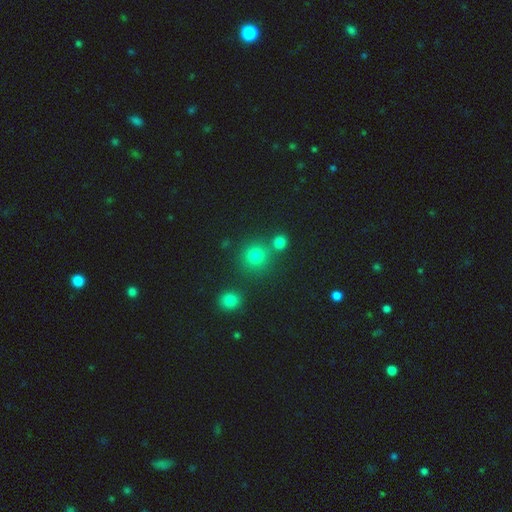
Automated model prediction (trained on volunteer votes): Smooth or featured?
  - smooth: 75% *
  - star or artifact: 19%
  - featured or disk: 6%
How rounded?
  - round: 91% *
  - in between: 8%
  - cigar-shaped: 1%
Merging?
  - none: 74% *
  - merger: 15%
  - minor disturbance: 8%
  - major disturbance: 3%